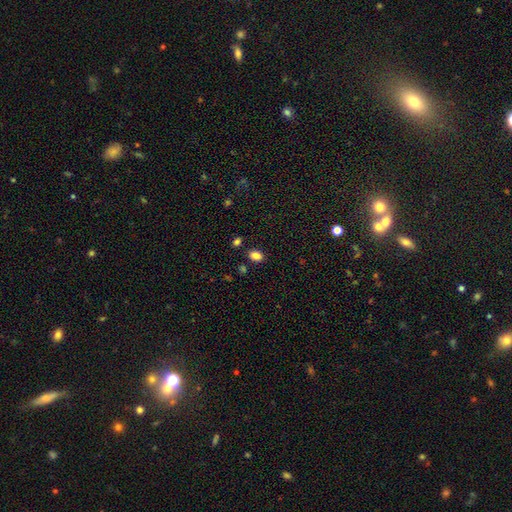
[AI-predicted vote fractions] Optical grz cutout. It shows a smooth galaxy with no disk features (84%) that is in between round and cigar-shaped (78%). Merging: none (85%).